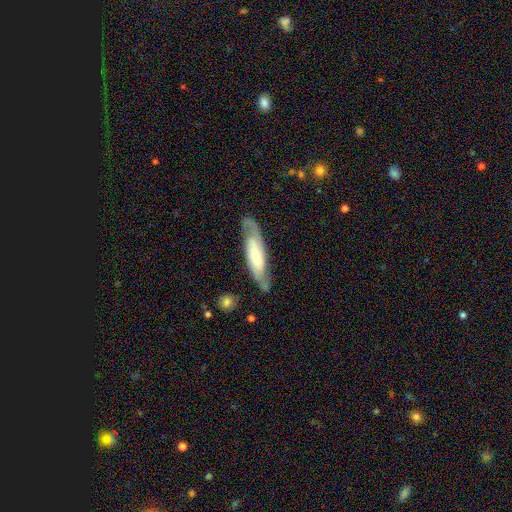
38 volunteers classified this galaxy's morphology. Q: Smooth or featured?
A: featured or disk (63%); runner-up: smooth (32%)
Q: Edge-on disk?
A: yes (67%); runner-up: no (33%)
Q: Edge-on bulge?
A: rounded (62%); runner-up: boxy (31%)
Q: Merging?
A: none (69%); runner-up: minor disturbance (22%)